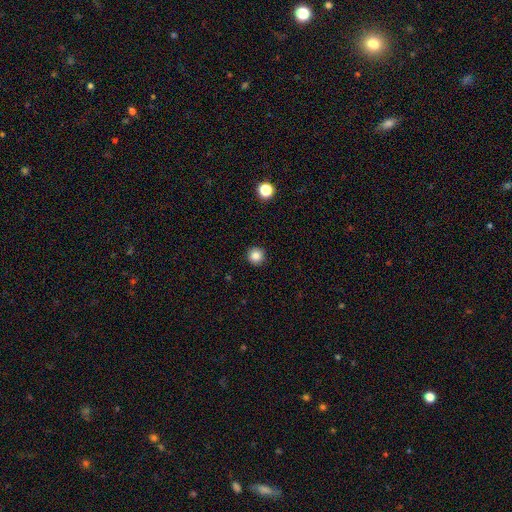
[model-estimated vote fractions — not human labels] A smooth galaxy with no disk features (85%) that is round (96%). Merging: none (93%).